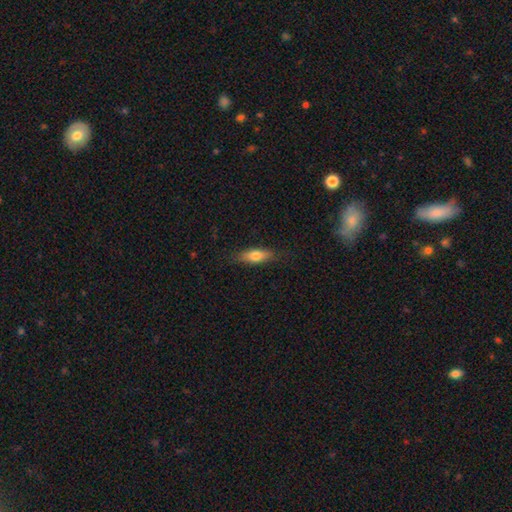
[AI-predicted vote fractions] smooth 71%, featured or disk 23%, star or artifact 7%. Down the decision tree: how rounded — in between (60%); merging — none (82%).